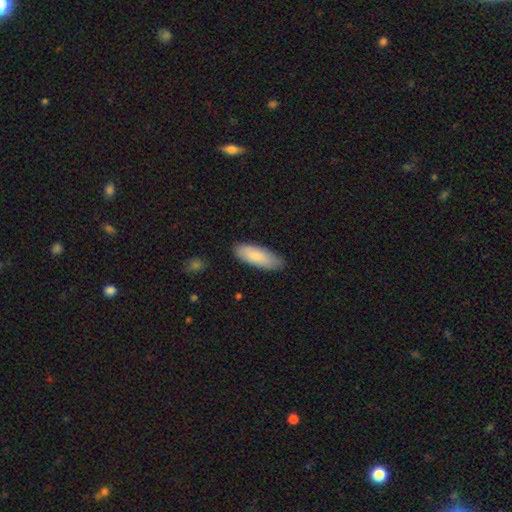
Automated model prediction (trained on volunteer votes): A smooth galaxy with no disk features (84%) that is in between round and cigar-shaped (70%). Merging: none (83%).